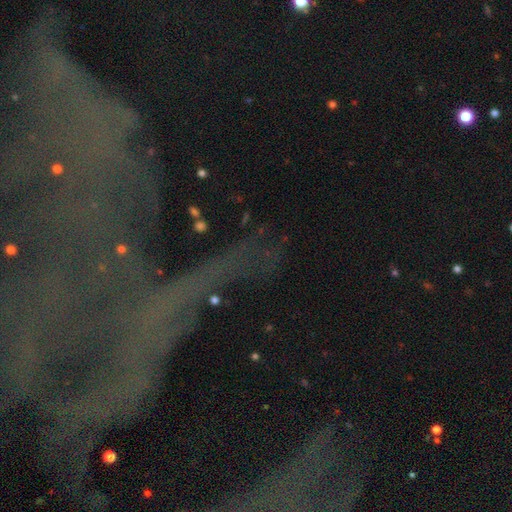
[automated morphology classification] This is likely a star or artifact rather than a galaxy (66%).